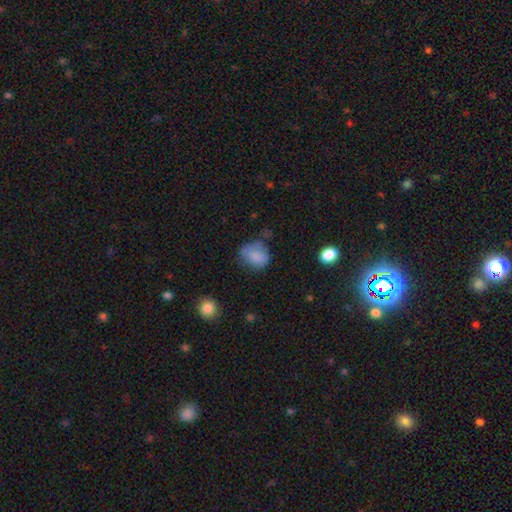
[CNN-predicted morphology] smooth 77%, featured or disk 13%, star or artifact 10%. Down the decision tree: how rounded — round (52%); merging — none (44%).